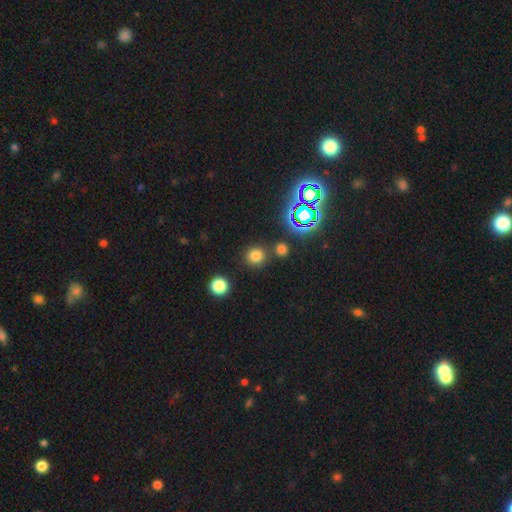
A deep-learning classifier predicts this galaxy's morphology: Smooth or featured? Predicted: smooth (p=0.73). How rounded? Predicted: round (p=0.90). Merging? Predicted: none (p=0.82).